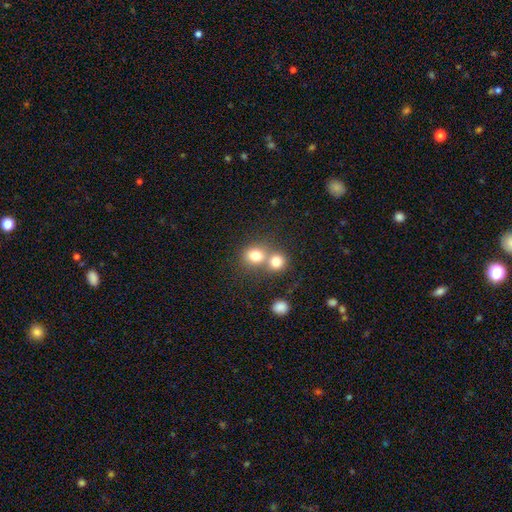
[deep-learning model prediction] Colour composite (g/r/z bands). It shows a smooth galaxy with no disk features (78%) that is round (75%). Merging: merger (49%).